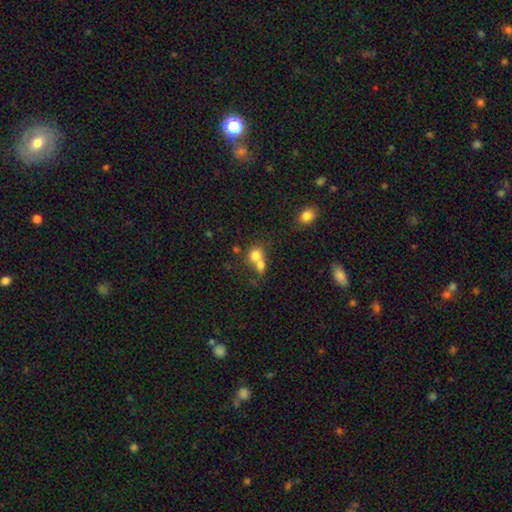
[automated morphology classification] smooth 74%, featured or disk 15%, star or artifact 11%. Down the decision tree: how rounded — round (66%); merging — merger (64%).